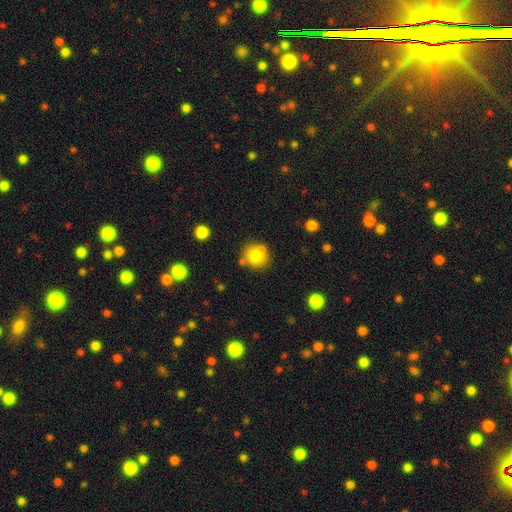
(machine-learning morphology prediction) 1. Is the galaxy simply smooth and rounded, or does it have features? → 77% smooth, 13% featured or disk, 11% star or artifact.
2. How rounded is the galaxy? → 86% round, 13% in between, 1% cigar-shaped.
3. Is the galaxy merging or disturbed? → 70% none, 15% merger, 11% minor disturbance, 3% major disturbance.